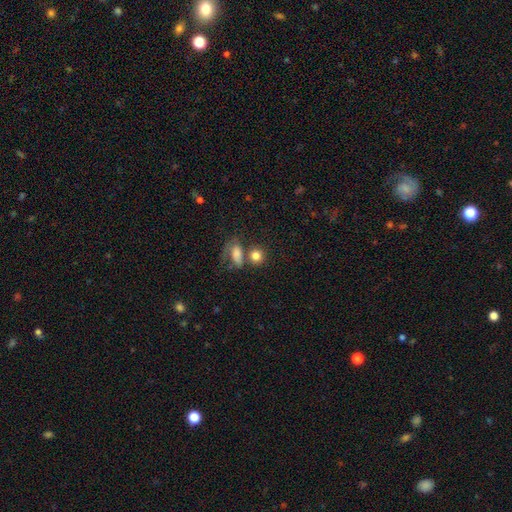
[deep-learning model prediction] Morphology: type=smooth (81%); roundness=round (75%); merging=none (53%).